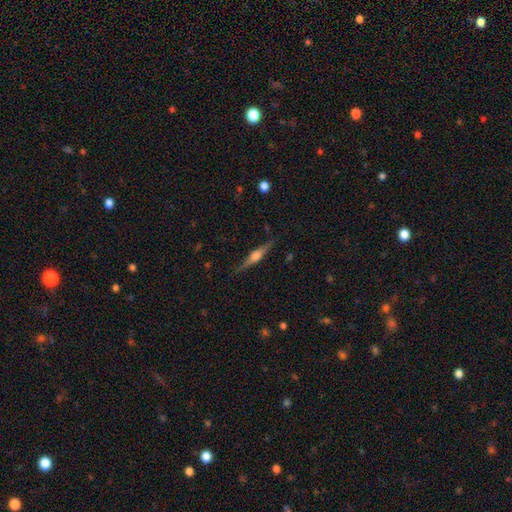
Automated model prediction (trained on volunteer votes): This appears to be a featured or disk galaxy (74%) viewed edge-on (97%) with a rounded central bulge (83%). Merging: none (87%).